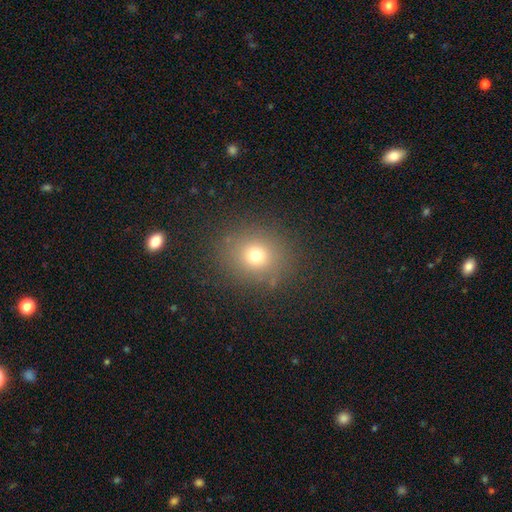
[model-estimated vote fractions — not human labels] Smooth or featured: smooth — 71% (star or artifact — 19%)
How rounded: round — 80% (in between — 19%)
Merging: none — 85% (minor disturbance — 9%)